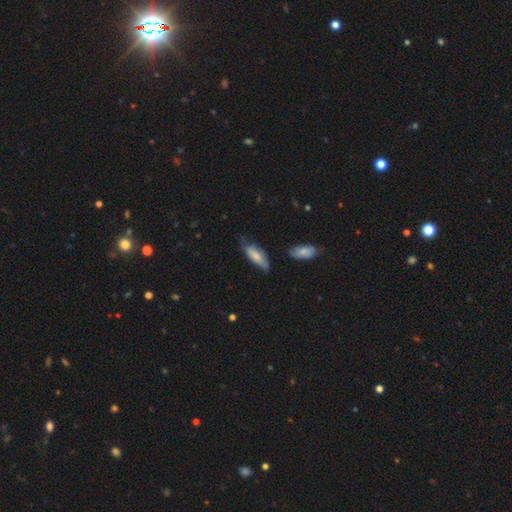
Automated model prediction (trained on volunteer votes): This is likely a smooth galaxy (71%). How rounded: likely in between (70%). Merging: possibly none (47%).